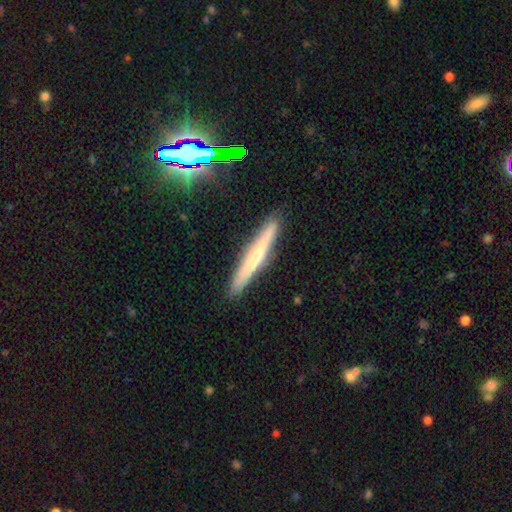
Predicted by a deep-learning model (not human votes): smooth_or_featured: smooth (p=0.47) [alt: featured or disk p=0.45]
merging: none (p=0.90) [alt: minor disturbance p=0.07]